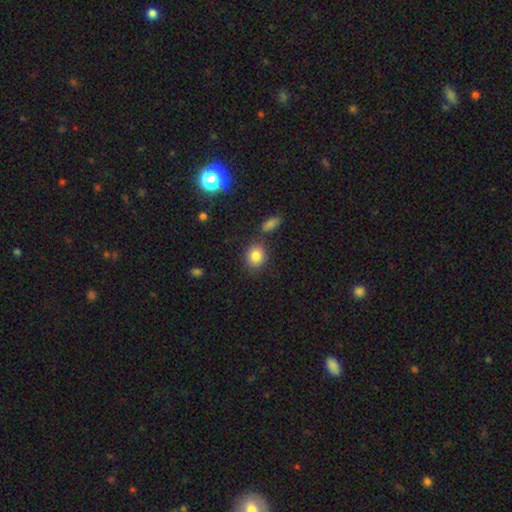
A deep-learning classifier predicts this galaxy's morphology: This appears to be a smooth galaxy with no disk features (82%) that is round (66%). Merging: none (76%).